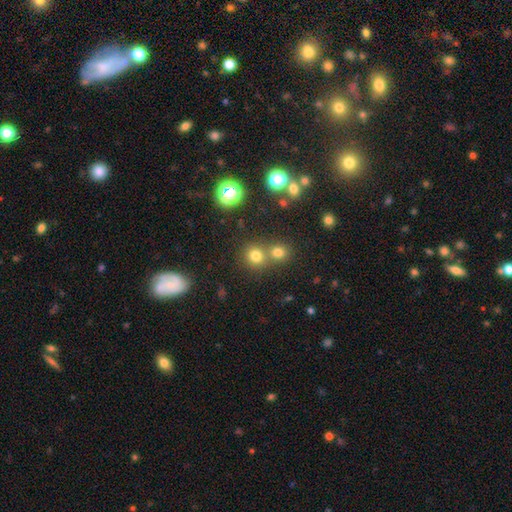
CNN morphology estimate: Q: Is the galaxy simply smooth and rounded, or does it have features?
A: smooth — 72%.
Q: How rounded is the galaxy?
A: round — 87%.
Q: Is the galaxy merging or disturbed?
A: none — 58%.